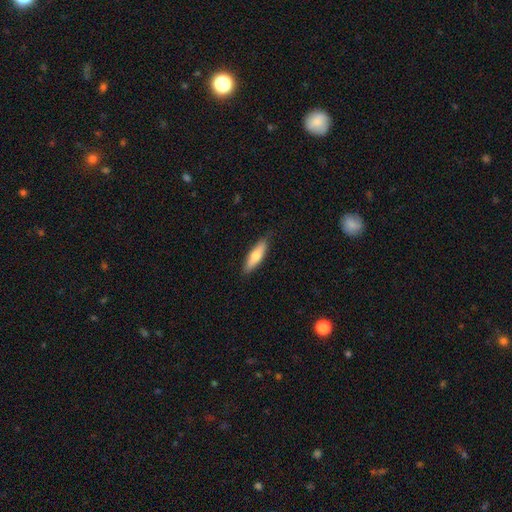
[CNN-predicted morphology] Smooth or featured? smooth (66%)
How rounded? cigar-shaped (58%)
Merging? none (85%)